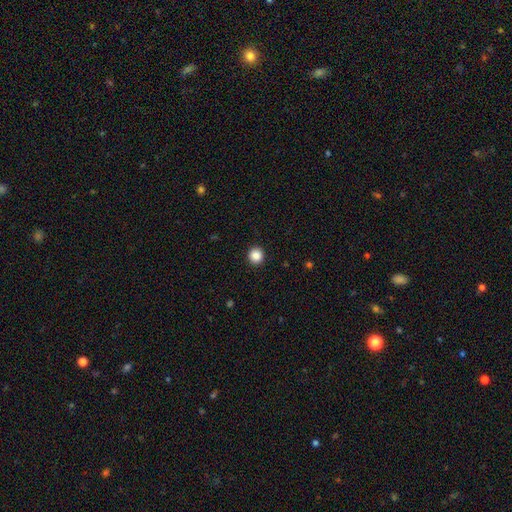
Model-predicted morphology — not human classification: A smooth galaxy with no disk features (87%) that is round (93%).

Vote fractions:
- Smooth or featured? smooth: 87% / star or artifact: 10% / featured or disk: 3%
- How rounded? round: 93% / in between: 6% / cigar-shaped: 1%
- Merging? none: 93% / minor disturbance: 4% / major disturbance: 2% / merger: 1%